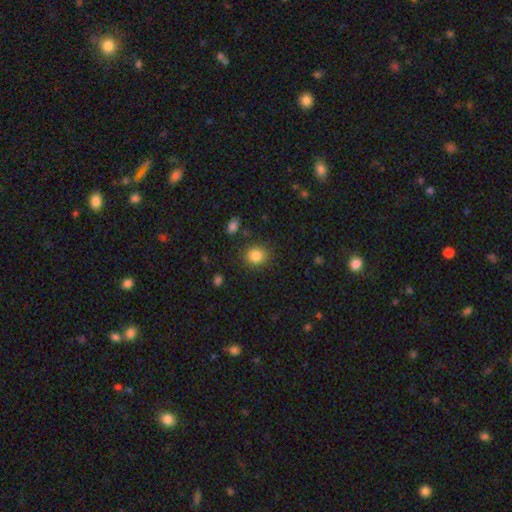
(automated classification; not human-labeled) Smooth or featured? Predicted: smooth (p=0.84). How rounded? Predicted: round (p=0.80). Merging? Predicted: none (p=0.87).